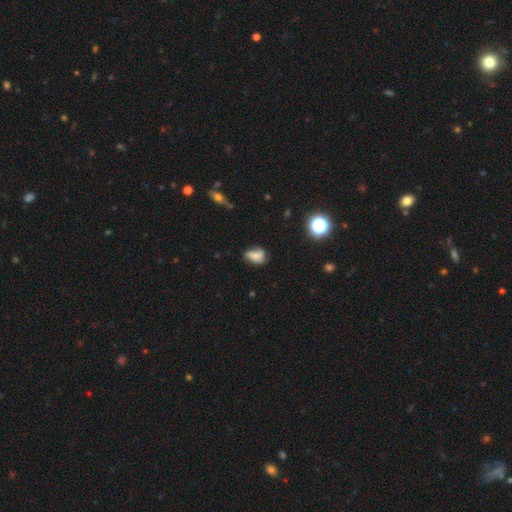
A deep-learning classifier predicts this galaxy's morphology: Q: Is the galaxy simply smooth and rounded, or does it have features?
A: smooth — 68%.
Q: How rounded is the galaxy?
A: in between — 80%.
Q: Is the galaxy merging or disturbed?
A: none — 47%.